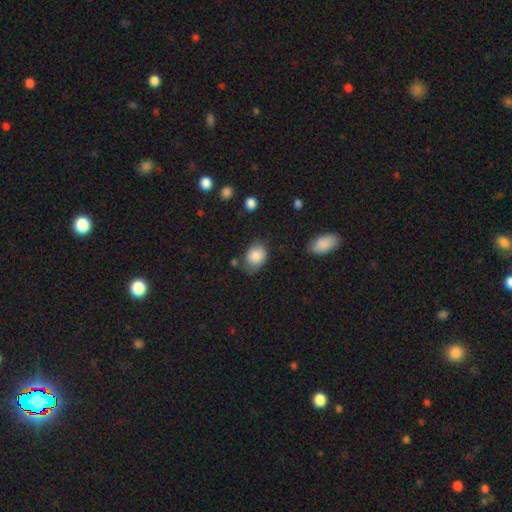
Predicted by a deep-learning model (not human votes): This appears to be a smooth galaxy with no disk features (84%) that is in between round and cigar-shaped (56%). Merging: none (60%).